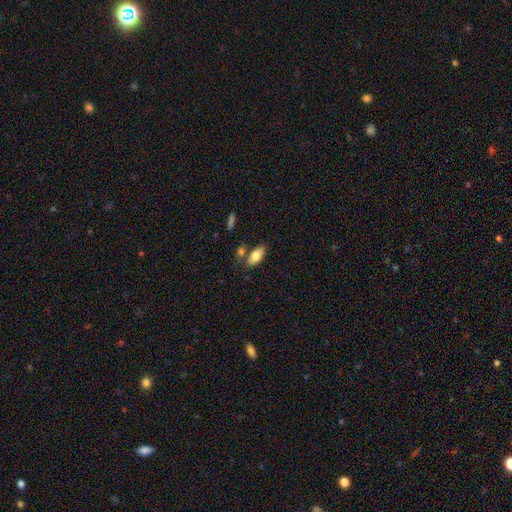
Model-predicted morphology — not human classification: Smooth or featured? Predicted: smooth (p=0.78). How rounded? Predicted: in between (p=0.86). Merging? Predicted: none (p=0.69).